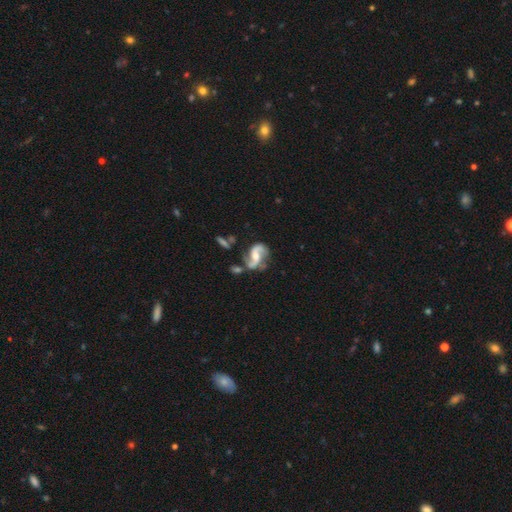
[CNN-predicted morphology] The model was most divided on "spiral winding": loose: 48%, medium: 42%, tight: 10%. Remaining: edge-on disk — no (98%); spiral arms — yes (97%); spiral arm count — 2 (92%); smooth or featured — featured or disk (89%); merging — none (58%); bulge size — moderate (55%); bar — weak (42%).